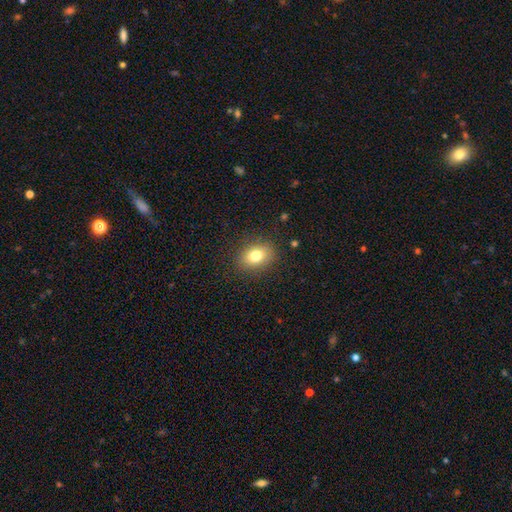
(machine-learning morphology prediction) A smooth galaxy with no disk features (79%) that is in between round and cigar-shaped (71%).

Vote fractions:
- Smooth or featured? smooth: 79% / featured or disk: 11% / star or artifact: 10%
- How rounded? in between: 71% / round: 28% / cigar-shaped: 1%
- Merging? none: 86% / minor disturbance: 9% / major disturbance: 3% / merger: 1%